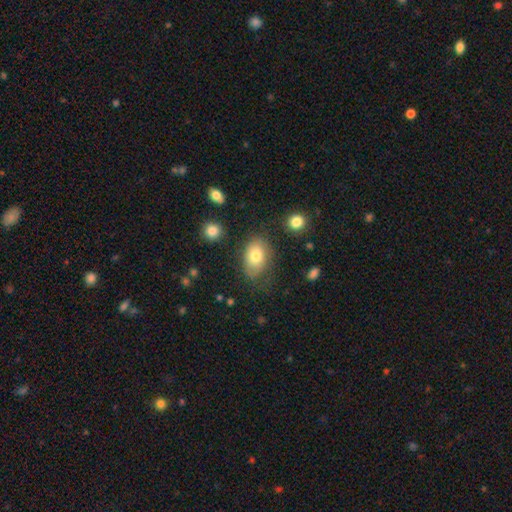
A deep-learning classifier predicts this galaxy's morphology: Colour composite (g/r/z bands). It shows a smooth galaxy with no disk features (70%) that is in between round and cigar-shaped (84%). Merging: none (64%).